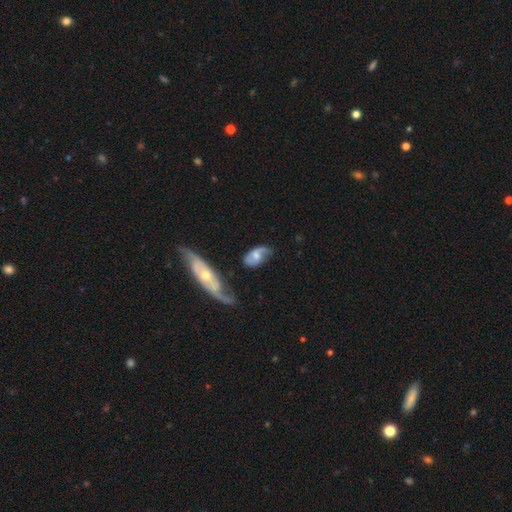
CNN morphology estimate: type=featured or disk (58%); edge-on=no (92%); bar=no (70%); spiral arms=yes (78%); bulge=moderate (58%); merging=none (43%).